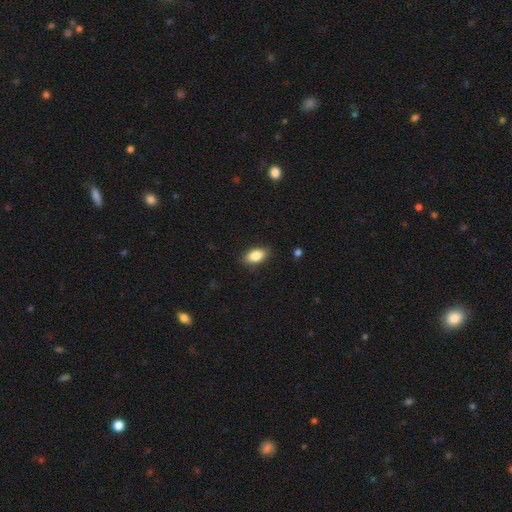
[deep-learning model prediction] Q: Smooth or featured?
A: smooth (86%); runner-up: star or artifact (7%)
Q: How rounded?
A: in between (91%); runner-up: round (5%)
Q: Merging?
A: none (87%); runner-up: minor disturbance (10%)